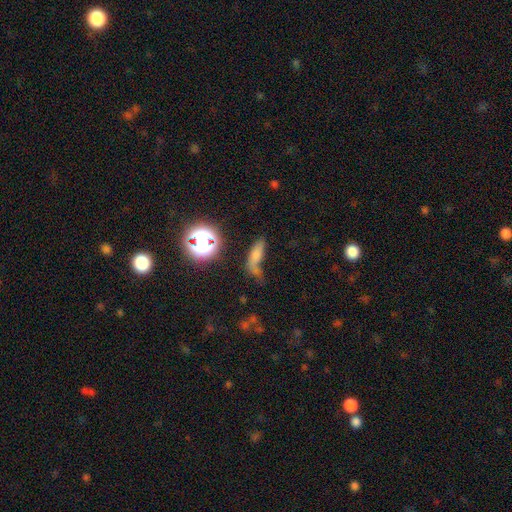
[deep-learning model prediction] Q: Smooth or featured?
A: smooth (64%); runner-up: star or artifact (18%)
Q: How rounded?
A: in between (55%); runner-up: cigar-shaped (35%)
Q: Merging?
A: none (37%); runner-up: minor disturbance (24%)